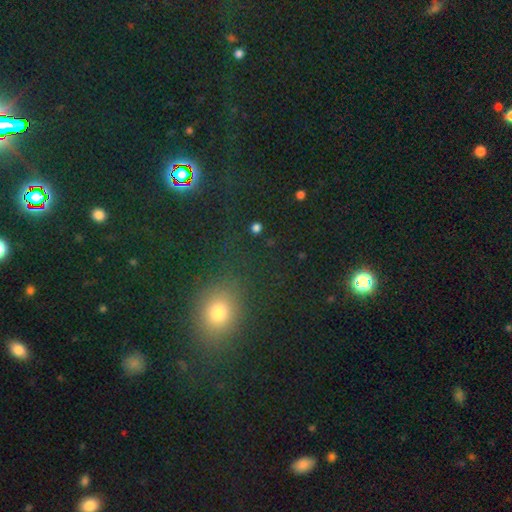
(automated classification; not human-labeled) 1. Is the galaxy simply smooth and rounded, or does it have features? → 62% smooth, 30% star or artifact, 8% featured or disk.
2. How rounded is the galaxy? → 52% round, 46% in between, 2% cigar-shaped.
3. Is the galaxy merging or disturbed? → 83% none, 9% minor disturbance, 5% major disturbance, 2% merger.